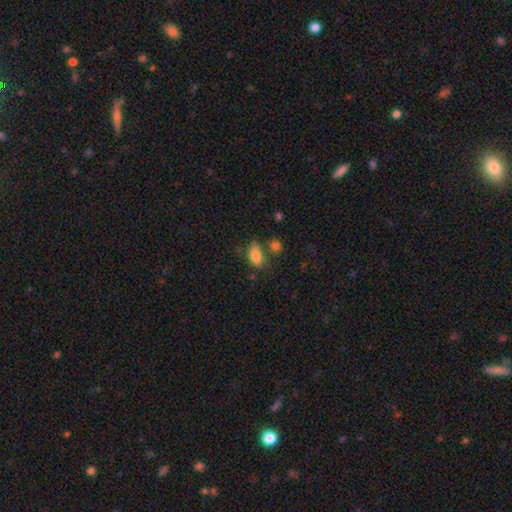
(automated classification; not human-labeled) Overall: smooth (83%). How rounded: in between (87%). Merging: none (54%; minor disturbance 23%).